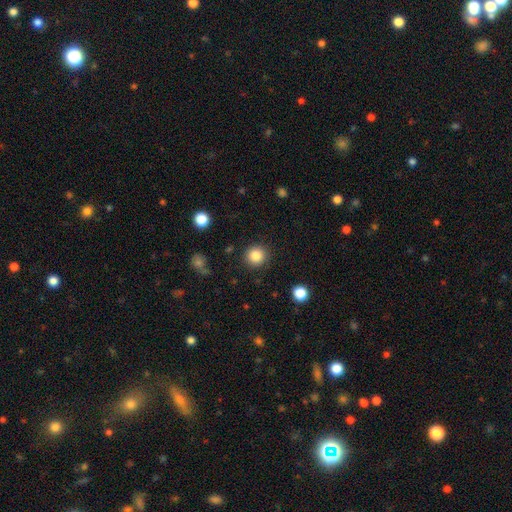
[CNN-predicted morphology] A smooth galaxy with no disk features (84%) that is round (92%). Merging: none (90%).